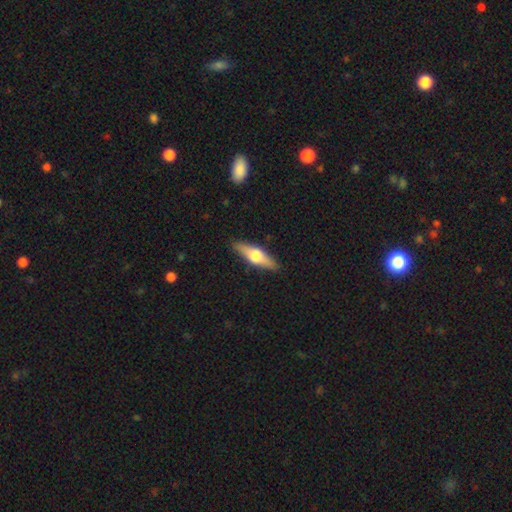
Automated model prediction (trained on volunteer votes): Smooth or featured? Predicted: featured or disk (p=0.54). Edge-on disk? Predicted: yes (p=0.93). Edge-on bulge? Predicted: rounded (p=0.95). Merging? Predicted: none (p=0.90).